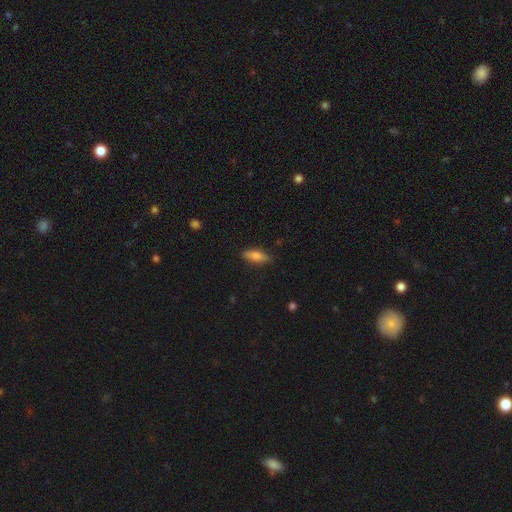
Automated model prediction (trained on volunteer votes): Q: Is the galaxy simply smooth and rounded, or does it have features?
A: smooth — 74%.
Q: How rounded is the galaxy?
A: in between — 58%.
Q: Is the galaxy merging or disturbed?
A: none — 84%.